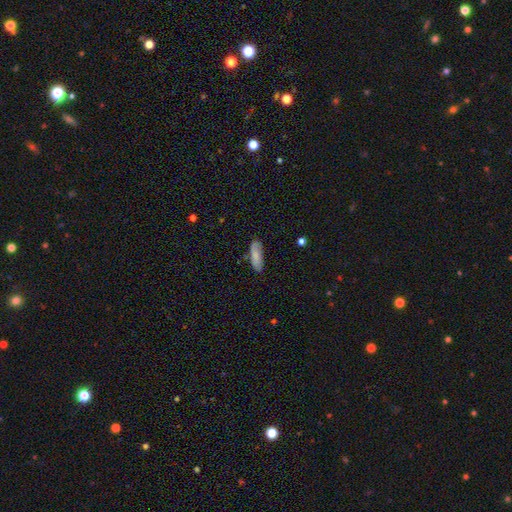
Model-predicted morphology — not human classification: smooth 81%, featured or disk 12%, star or artifact 6%. Down the decision tree: how rounded — in between (61%); merging — none (80%).